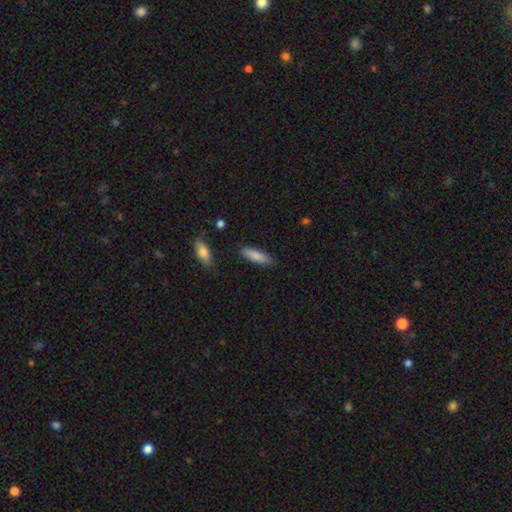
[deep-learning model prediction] Q: Smooth or featured?
A: smooth (86%); runner-up: featured or disk (8%)
Q: How rounded?
A: cigar-shaped (60%); runner-up: in between (38%)
Q: Merging?
A: none (85%); runner-up: minor disturbance (11%)